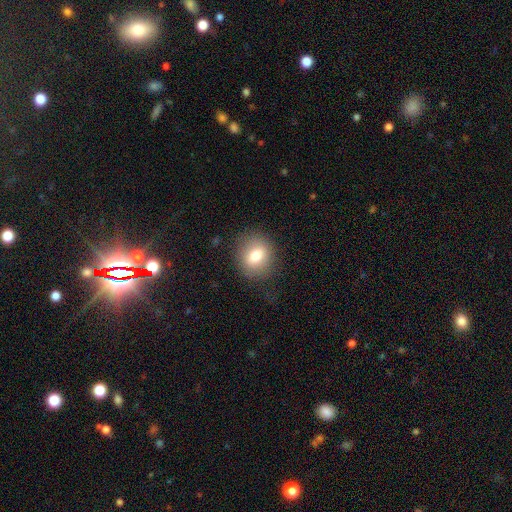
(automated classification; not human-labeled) Smooth or featured?
  - smooth: 77% *
  - featured or disk: 14%
  - star or artifact: 9%
How rounded?
  - round: 67% *
  - in between: 32%
  - cigar-shaped: 1%
Merging?
  - none: 83% *
  - minor disturbance: 12%
  - major disturbance: 5%
  - merger: 1%